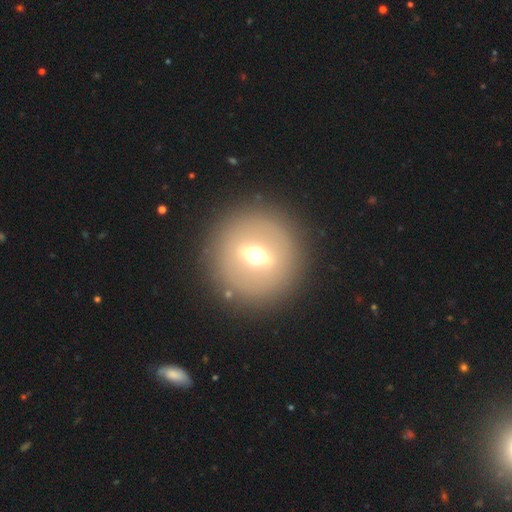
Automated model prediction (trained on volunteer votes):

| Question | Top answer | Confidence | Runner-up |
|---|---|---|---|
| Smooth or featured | featured or disk | 54% | smooth (34%) |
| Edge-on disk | no | 65% | yes (35%) |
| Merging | none | 88% | minor disturbance (7%) |